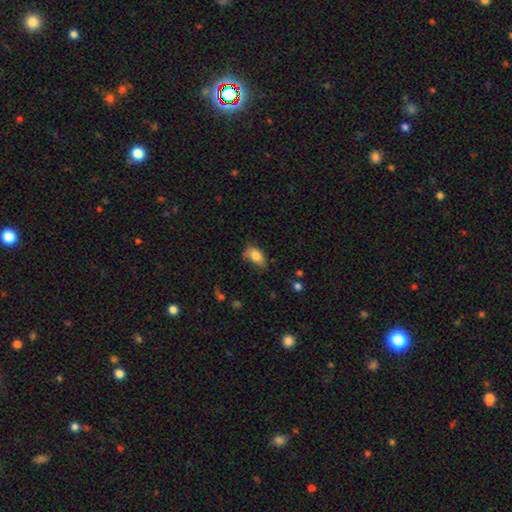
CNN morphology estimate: Smooth or featured?
  - smooth: 78% *
  - featured or disk: 13%
  - star or artifact: 9%
How rounded?
  - in between: 87% *
  - round: 10%
  - cigar-shaped: 3%
Merging?
  - none: 45% *
  - minor disturbance: 38%
  - major disturbance: 14%
  - merger: 4%